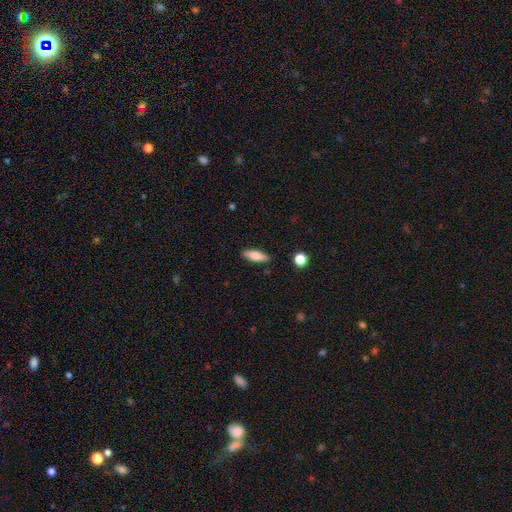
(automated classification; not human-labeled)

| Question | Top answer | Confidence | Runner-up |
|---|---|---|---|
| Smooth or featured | smooth | 77% | featured or disk (17%) |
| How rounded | in between | 51% | cigar-shaped (47%) |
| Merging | none | 87% | minor disturbance (9%) |